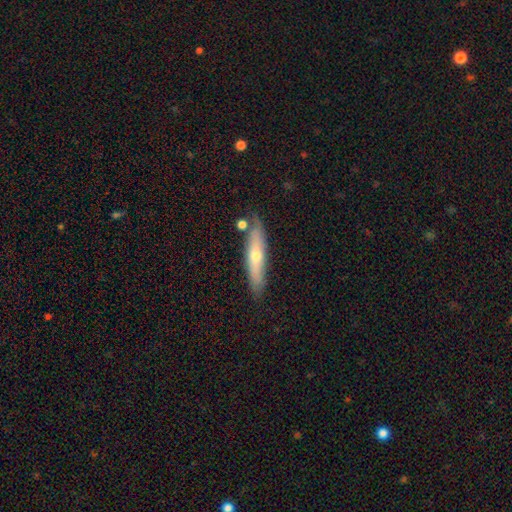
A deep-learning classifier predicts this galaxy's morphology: Q: Smooth or featured?
A: smooth (49%); runner-up: featured or disk (45%)
Q: Merging?
A: none (78%); runner-up: minor disturbance (14%)